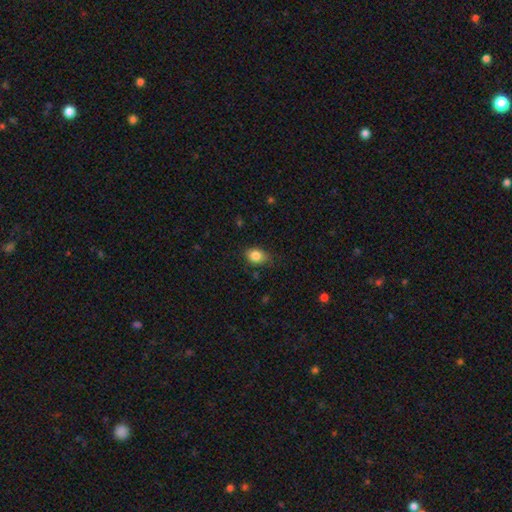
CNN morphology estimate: A smooth galaxy with no disk features (85%) that is in between round and cigar-shaped (67%). Merging: none (78%).